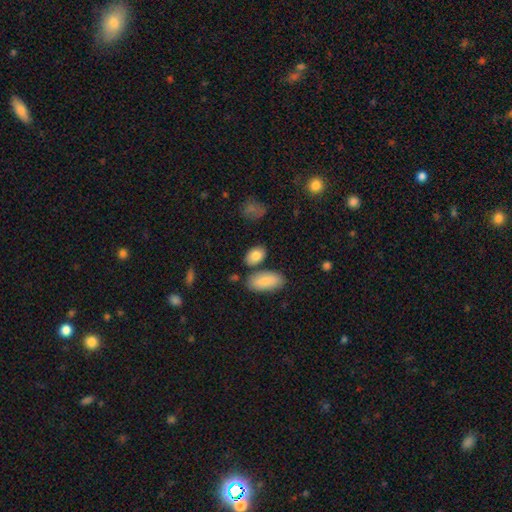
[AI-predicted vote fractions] This appears to be a smooth galaxy with no disk features (84%) that is in between round and cigar-shaped (88%). Merging: none (73%).